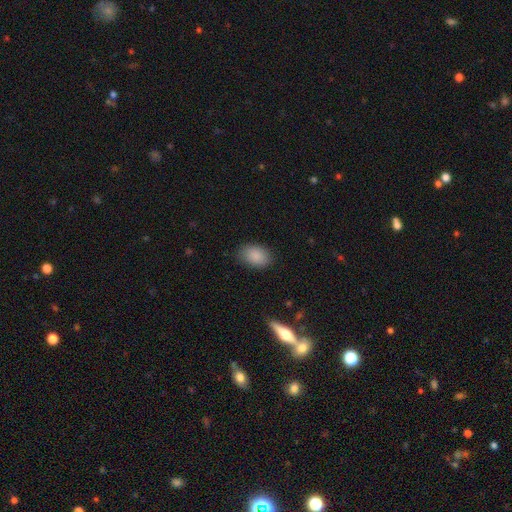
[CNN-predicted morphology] smooth 88%, star or artifact 7%, featured or disk 5%. Down the decision tree: how rounded — in between (86%); merging — none (83%).